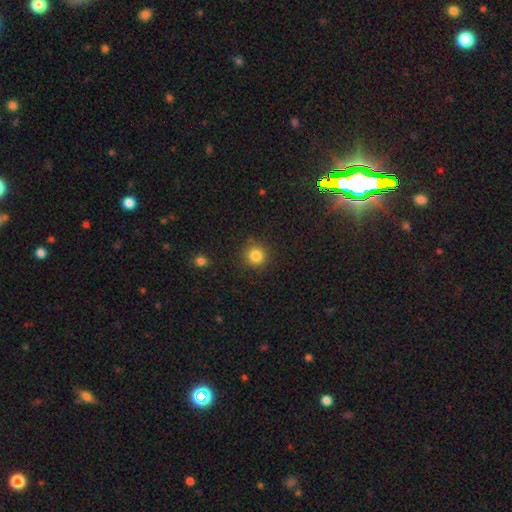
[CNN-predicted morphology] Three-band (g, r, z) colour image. It shows a smooth galaxy with no disk features (84%) that is round (93%). Merging: none (88%).